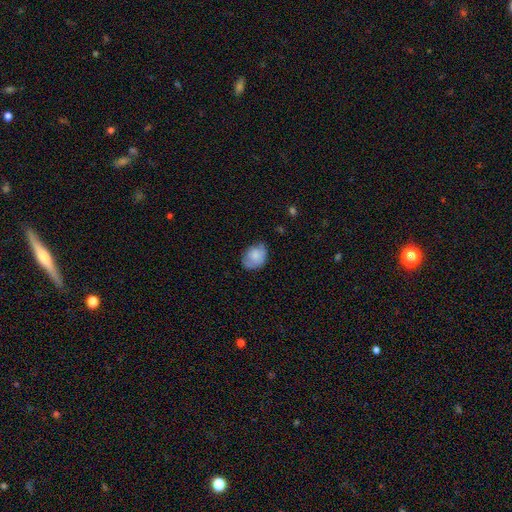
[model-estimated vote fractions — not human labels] Overall: smooth (77%). How rounded: in between (62%; round 37%). Merging: none (58%; minor disturbance 32%).